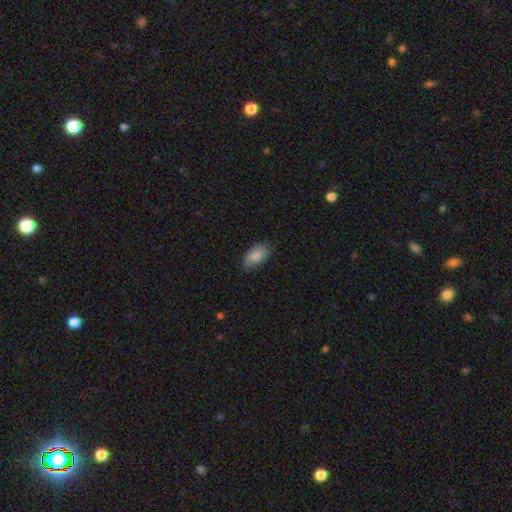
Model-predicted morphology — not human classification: type=smooth (87%); roundness=in between (93%); merging=none (75%).